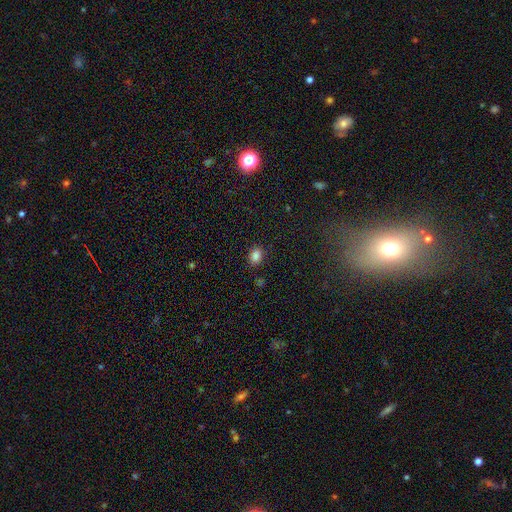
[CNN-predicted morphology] Smooth or featured? Predicted: smooth (p=0.84). How rounded? Predicted: in between (p=0.61). Merging? Predicted: none (p=0.86).